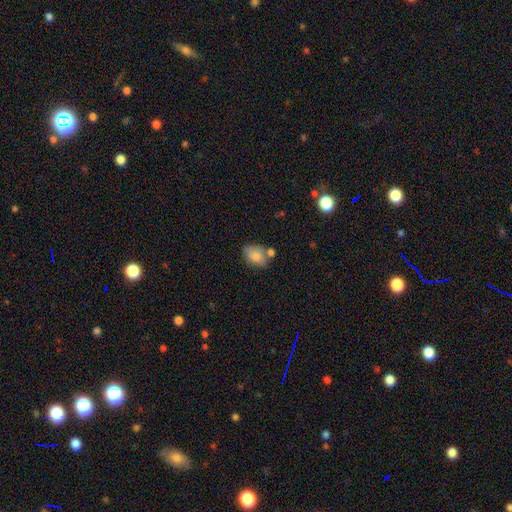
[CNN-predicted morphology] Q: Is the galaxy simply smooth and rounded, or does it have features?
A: smooth — 80%.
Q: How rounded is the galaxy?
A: in between — 82%.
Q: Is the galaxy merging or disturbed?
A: none — 53%.